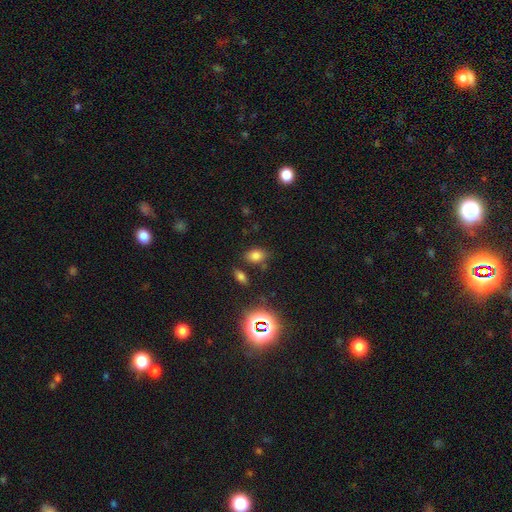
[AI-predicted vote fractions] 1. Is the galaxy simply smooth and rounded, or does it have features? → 73% smooth, 19% star or artifact, 8% featured or disk.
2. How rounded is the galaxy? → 80% in between, 18% round, 2% cigar-shaped.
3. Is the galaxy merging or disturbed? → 75% none, 14% minor disturbance, 7% merger, 4% major disturbance.